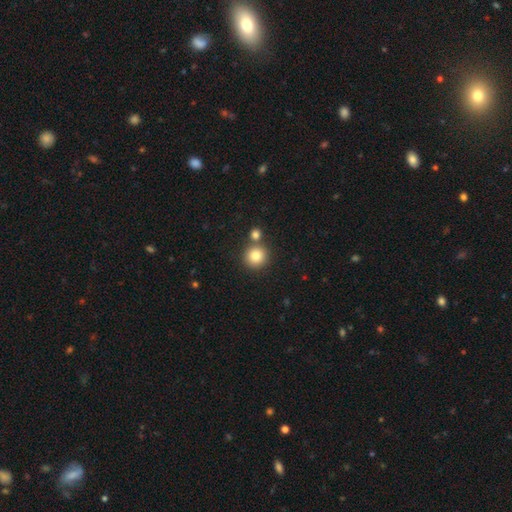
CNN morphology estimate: Smooth or featured? Predicted: smooth (p=0.82). How rounded? Predicted: round (p=0.93). Merging? Predicted: none (p=0.72).